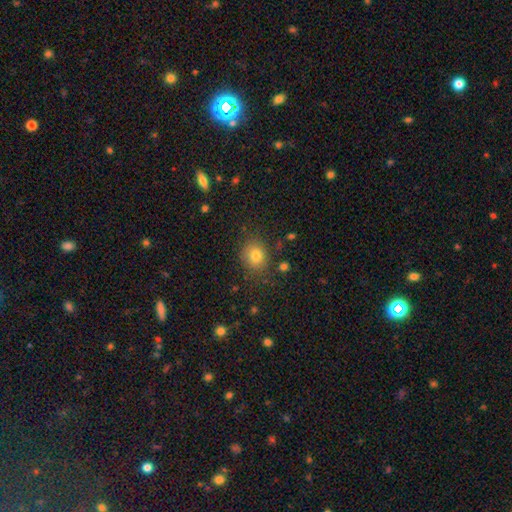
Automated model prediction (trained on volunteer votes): Morphology: type=smooth (80%); roundness=round (66%); merging=none (79%).